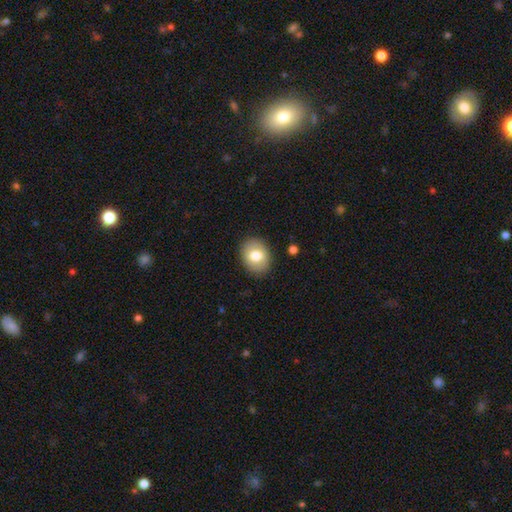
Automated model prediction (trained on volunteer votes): A smooth galaxy with no disk features (76%) that is in between round and cigar-shaped (59%).

Vote fractions:
- Smooth or featured? smooth: 76% / featured or disk: 16% / star or artifact: 8%
- How rounded? in between: 59% / round: 40% / cigar-shaped: 1%
- Merging? none: 88% / minor disturbance: 9% / major disturbance: 2% / merger: 1%